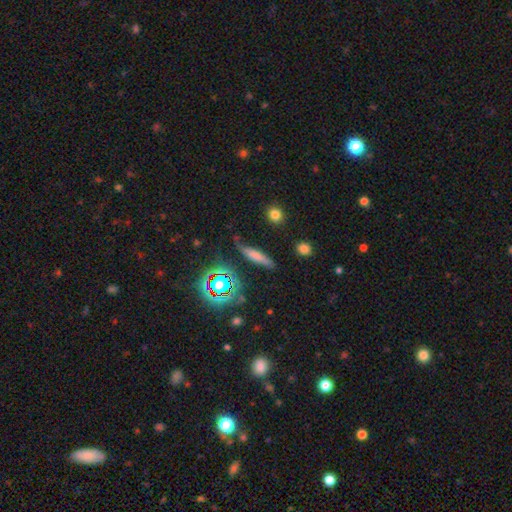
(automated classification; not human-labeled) Smooth or featured?
  - smooth: 60% *
  - featured or disk: 26%
  - star or artifact: 13%
How rounded?
  - cigar-shaped: 78% *
  - in between: 17%
  - round: 5%
Merging?
  - none: 68% *
  - minor disturbance: 21%
  - major disturbance: 6%
  - merger: 4%